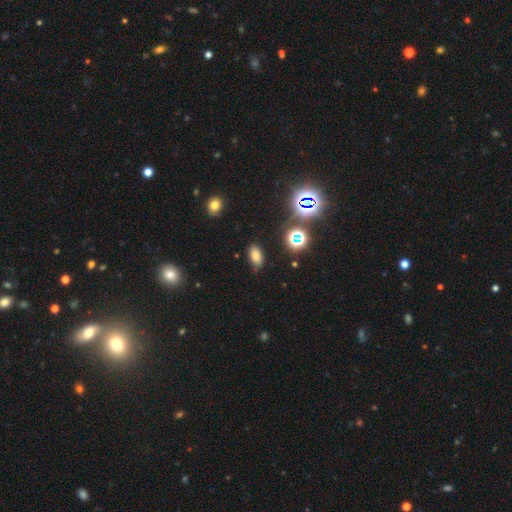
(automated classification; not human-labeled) A smooth galaxy with no disk features (69%) that is in between round and cigar-shaped (90%).

Vote fractions:
- Smooth or featured? smooth: 69% / star or artifact: 22% / featured or disk: 9%
- How rounded? in between: 90% / round: 7% / cigar-shaped: 3%
- Merging? none: 83% / minor disturbance: 12% / major disturbance: 3% / merger: 2%